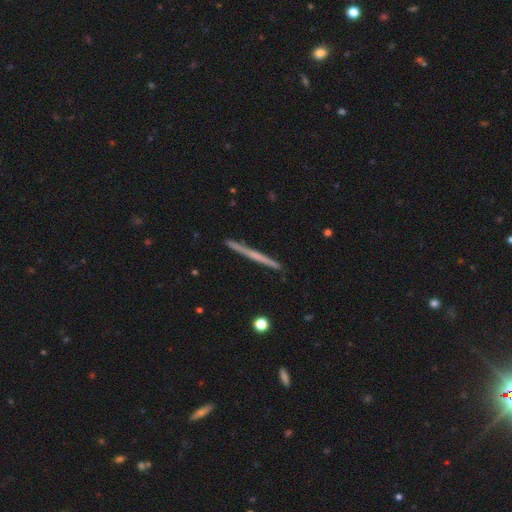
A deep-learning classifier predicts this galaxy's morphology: A featured or disk galaxy (58%) viewed edge-on (98%) with no central bulge (79%). Merging: none (92%).